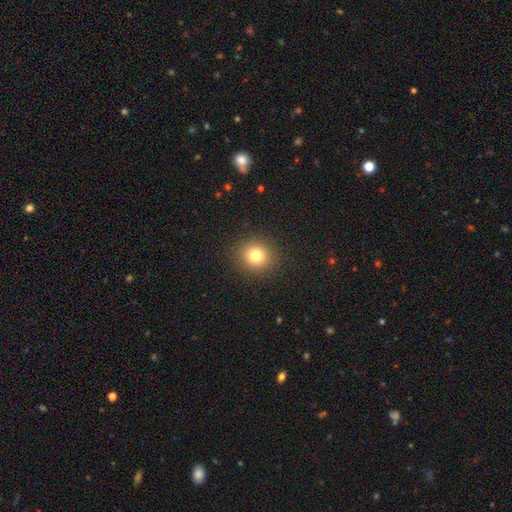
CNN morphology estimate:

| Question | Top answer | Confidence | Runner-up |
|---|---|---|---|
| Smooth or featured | smooth | 79% | star or artifact (13%) |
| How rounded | round | 88% | in between (11%) |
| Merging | none | 90% | minor disturbance (6%) |